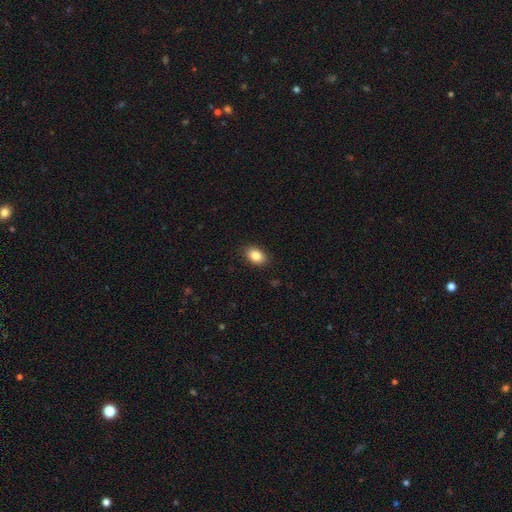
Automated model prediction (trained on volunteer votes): This is clearly a smooth galaxy (86%). How rounded: clearly in between (82%). Merging: clearly none (88%).